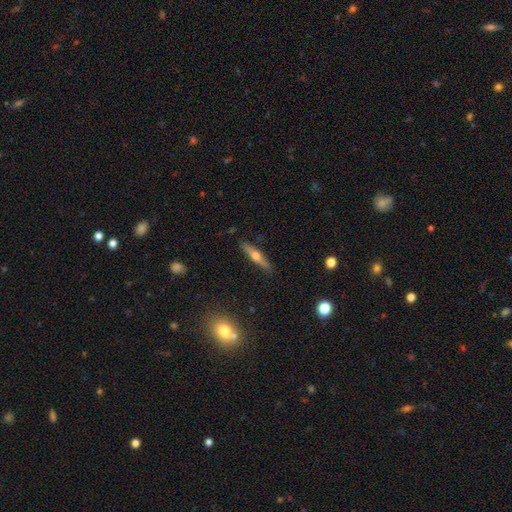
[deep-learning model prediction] Q: Smooth or featured?
A: featured or disk (60%); runner-up: smooth (33%)
Q: Edge-on disk?
A: yes (96%); runner-up: no (4%)
Q: Edge-on bulge?
A: rounded (93%); runner-up: none (4%)
Q: Merging?
A: none (89%); runner-up: minor disturbance (8%)